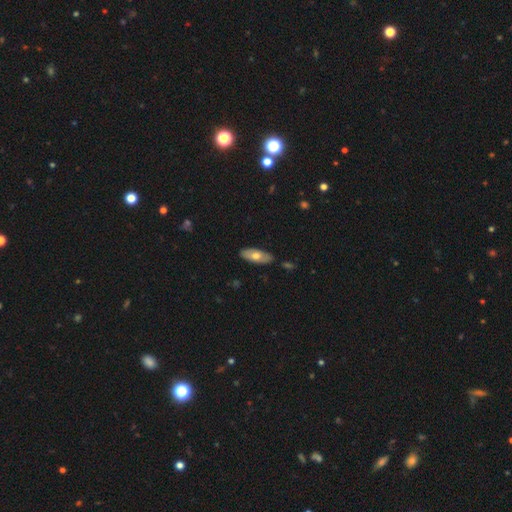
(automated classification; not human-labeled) smooth_or_featured: smooth (p=0.61) [alt: featured or disk p=0.33]
how_rounded: in between (p=0.81) [alt: cigar-shaped p=0.17]
merging: none (p=0.83) [alt: minor disturbance p=0.12]